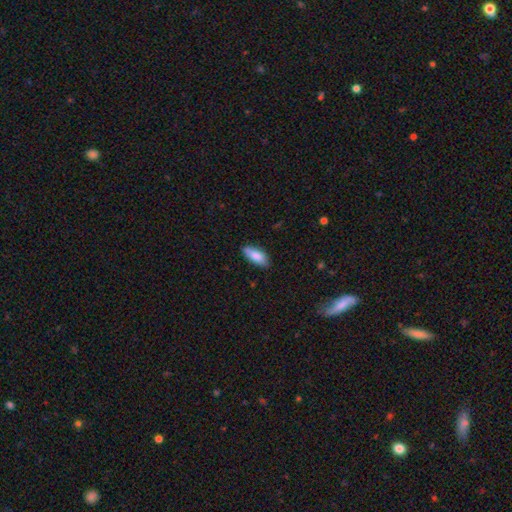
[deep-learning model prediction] Overall: smooth (84%). How rounded: in between (79%). Merging: none (82%).